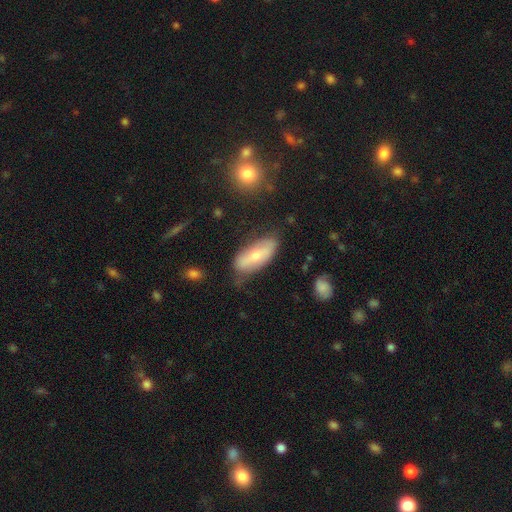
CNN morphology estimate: Overall: smooth (54%; featured or disk 40%). How rounded: in between (77%). Merging: none (63%; minor disturbance 26%).